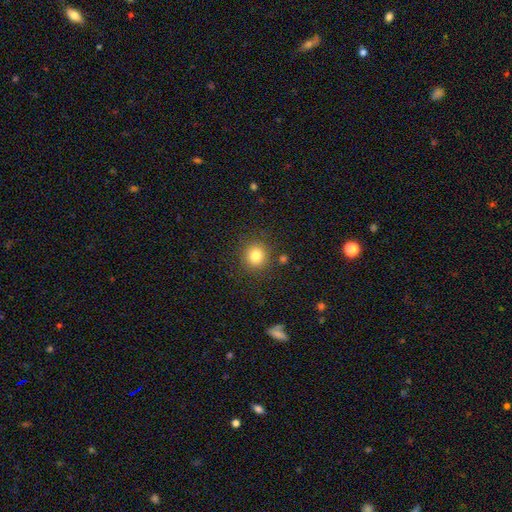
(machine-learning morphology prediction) Smooth or featured: smooth — 82% (star or artifact — 12%)
How rounded: round — 92% (in between — 8%)
Merging: none — 88% (minor disturbance — 7%)